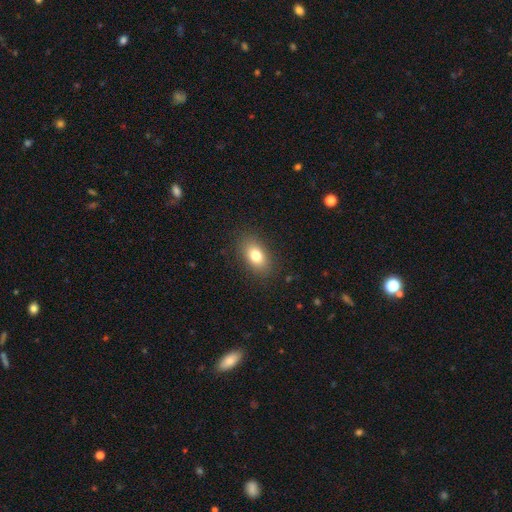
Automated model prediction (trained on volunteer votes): smooth_or_featured: smooth (p=0.79) [alt: featured or disk p=0.11]
how_rounded: in between (p=0.87) [alt: round p=0.11]
merging: none (p=0.86) [alt: minor disturbance p=0.10]